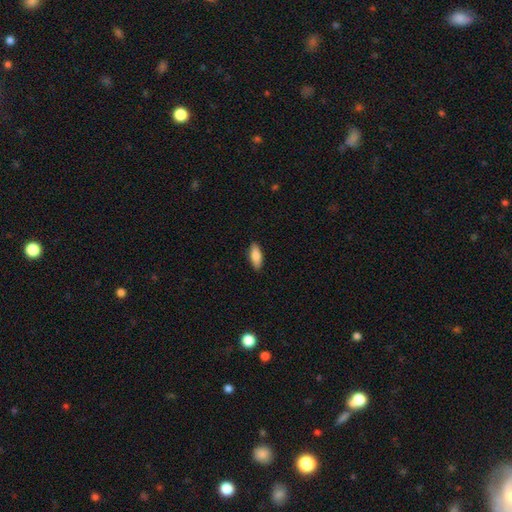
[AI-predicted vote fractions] Overall: smooth (83%). How rounded: in between (75%). Merging: none (89%).